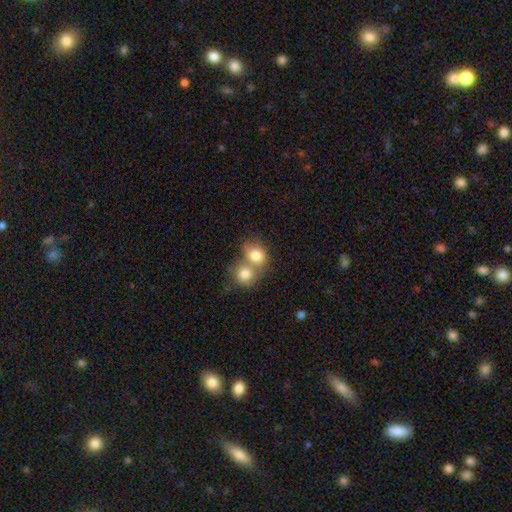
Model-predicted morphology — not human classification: smooth_or_featured: smooth (p=0.79) [alt: featured or disk p=0.13]
how_rounded: round (p=0.64) [alt: in between p=0.35]
merging: merger (p=0.67) [alt: none p=0.24]